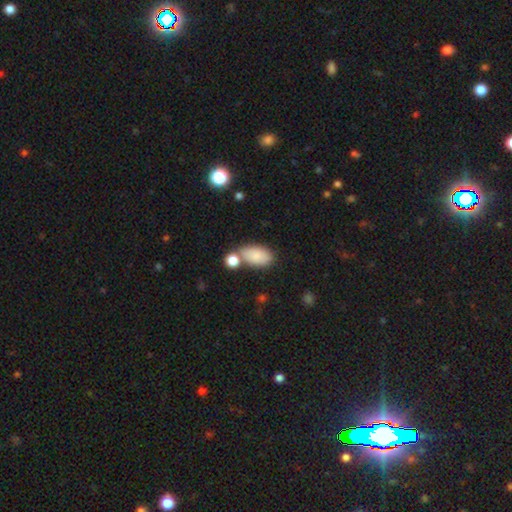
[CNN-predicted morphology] A smooth galaxy with no disk features (84%) that is in between round and cigar-shaped (93%). Merging: none (59%).